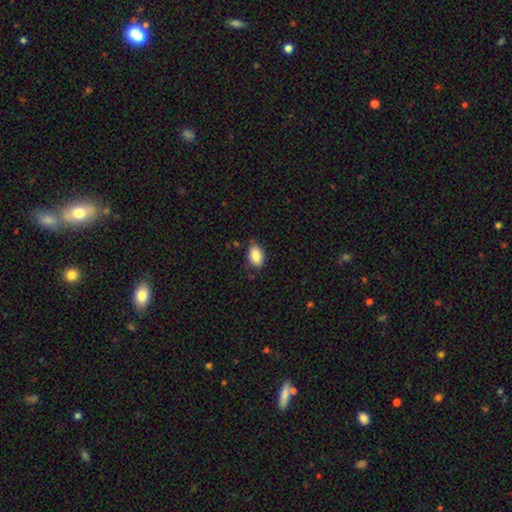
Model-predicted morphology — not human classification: Smooth or featured?
  - smooth: 88% *
  - star or artifact: 7%
  - featured or disk: 5%
How rounded?
  - in between: 88% *
  - round: 10%
  - cigar-shaped: 1%
Merging?
  - none: 75% *
  - minor disturbance: 20%
  - major disturbance: 4%
  - merger: 2%